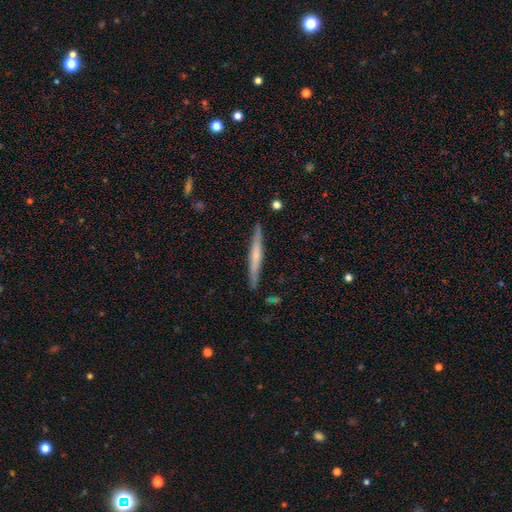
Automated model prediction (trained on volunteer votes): Smooth or featured? featured or disk (51%)
Edge-on disk? yes (97%)
Merging? none (89%)